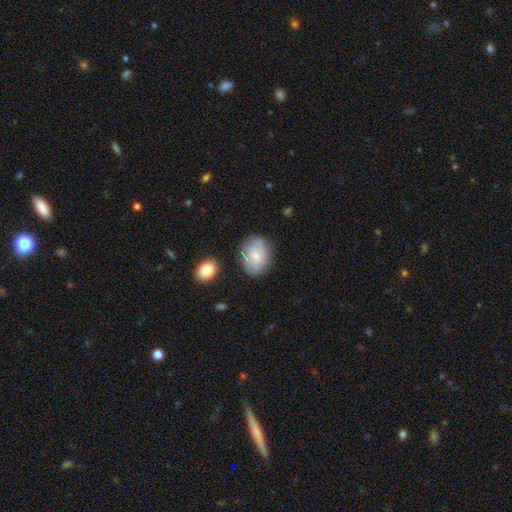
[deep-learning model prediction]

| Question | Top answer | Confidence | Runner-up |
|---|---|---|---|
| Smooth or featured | smooth | 48% | featured or disk (44%) |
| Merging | none | 70% | minor disturbance (20%) |